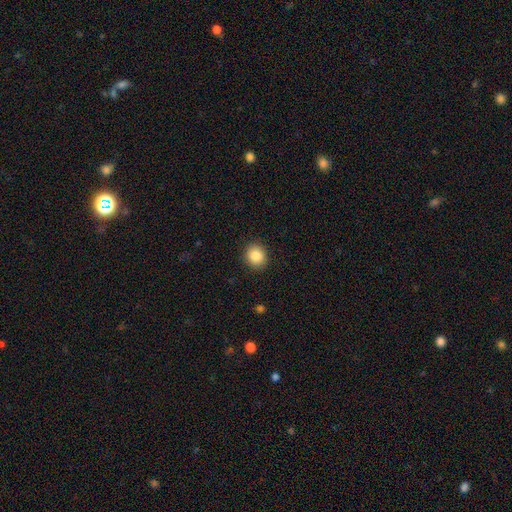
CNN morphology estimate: type=smooth (87%); roundness=round (77%); merging=none (90%).